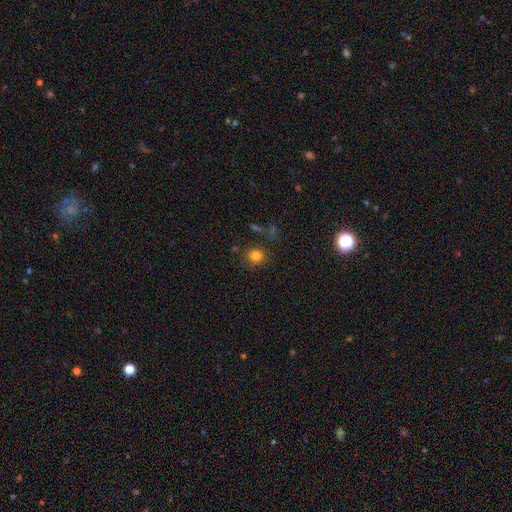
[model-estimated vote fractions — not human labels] This appears to be a smooth galaxy with no disk features (82%) that is round (86%). Merging: none (83%).